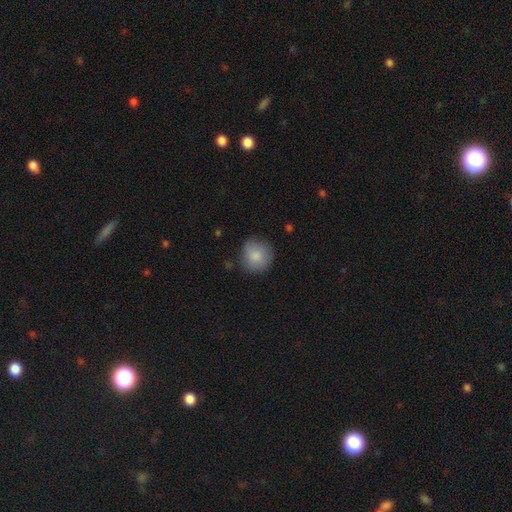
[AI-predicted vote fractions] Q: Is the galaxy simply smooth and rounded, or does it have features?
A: smooth — 85%.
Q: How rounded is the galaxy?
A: round — 89%.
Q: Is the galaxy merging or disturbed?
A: none — 78%.